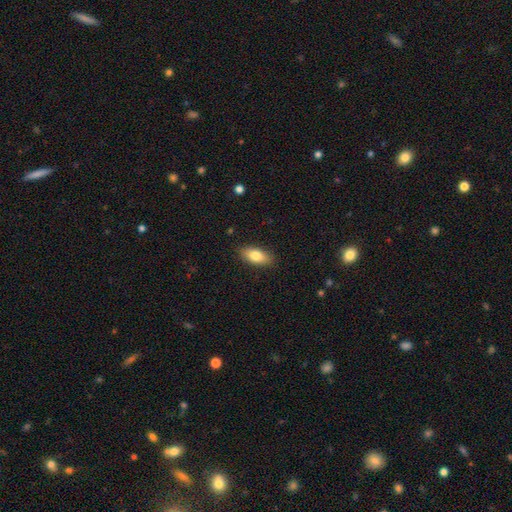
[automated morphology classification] This is clearly a smooth galaxy (80%). How rounded: clearly in between (87%). Merging: clearly none (87%).